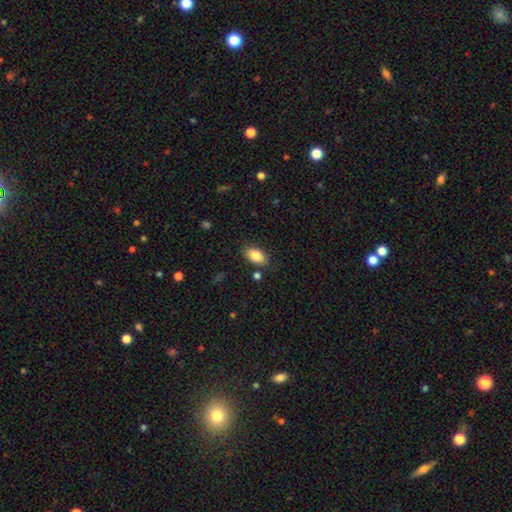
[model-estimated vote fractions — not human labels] smooth_or_featured: smooth (p=0.86) [alt: star or artifact p=0.08]
how_rounded: in between (p=0.92) [alt: round p=0.06]
merging: none (p=0.83) [alt: minor disturbance p=0.11]